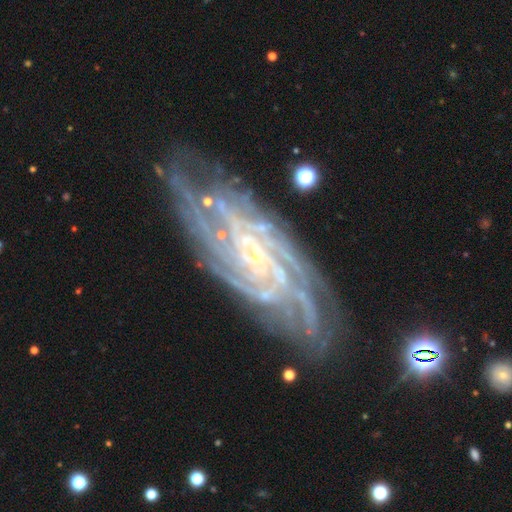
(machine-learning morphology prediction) This appears to be a featured or disk galaxy (89%) with no bar (64%), 4 (26%) tight (70%) spiral arms (98%) and a small central bulge (79%). Merging: none (75%).